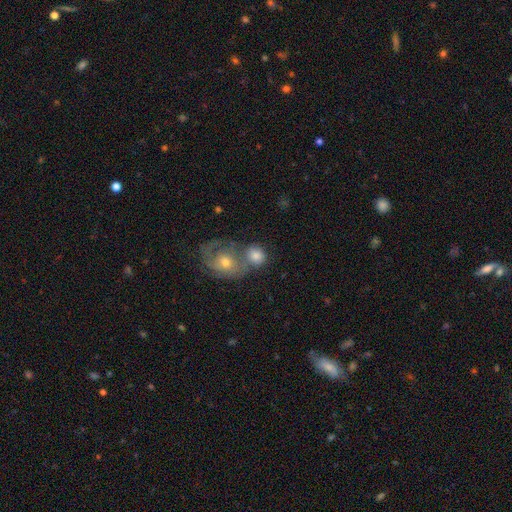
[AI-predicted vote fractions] smooth-or-featured: smooth: 68% | featured or disk: 24% | star or artifact: 8%
  how-rounded: round: 73% | in between: 26% | cigar-shaped: 1%
  merging: merger: 52% | none: 31% | minor disturbance: 10% | major disturbance: 7%